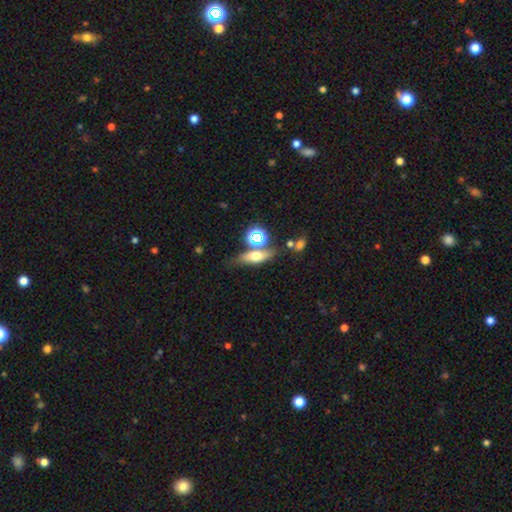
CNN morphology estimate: type=smooth (54%); roundness=in between (50%); merging=none (65%).